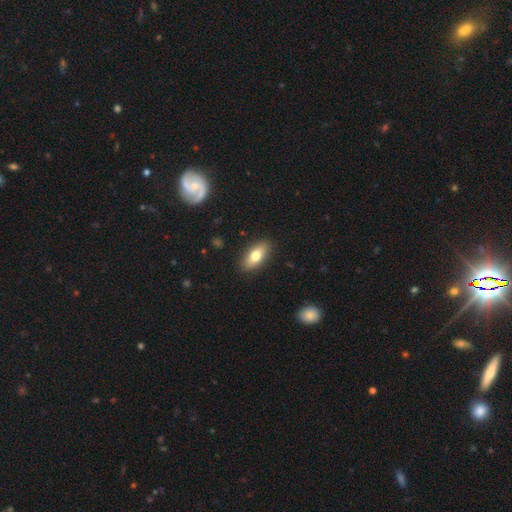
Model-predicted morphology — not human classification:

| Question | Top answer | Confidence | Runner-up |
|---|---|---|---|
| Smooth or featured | smooth | 73% | featured or disk (20%) |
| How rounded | in between | 83% | cigar-shaped (13%) |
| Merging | none | 88% | minor disturbance (9%) |